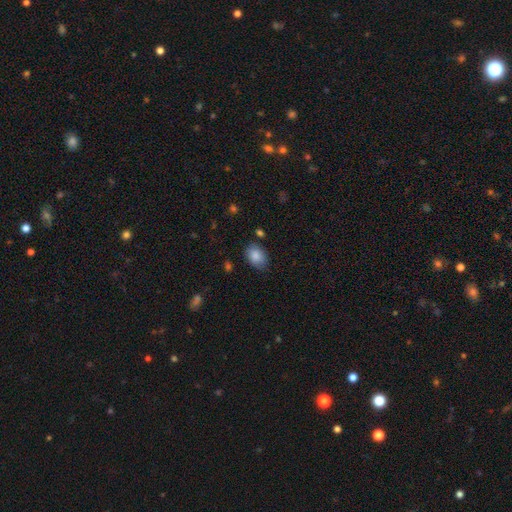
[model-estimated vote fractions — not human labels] Smooth or featured: smooth — 86% (star or artifact — 7%)
How rounded: in between — 79% (round — 20%)
Merging: none — 78% (minor disturbance — 16%)